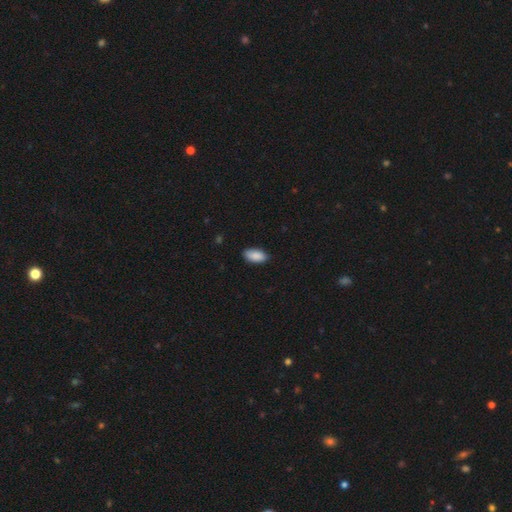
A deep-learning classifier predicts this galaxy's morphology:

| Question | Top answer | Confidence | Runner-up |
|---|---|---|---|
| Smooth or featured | smooth | 90% | star or artifact (6%) |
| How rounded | in between | 94% | cigar-shaped (4%) |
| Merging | none | 86% | minor disturbance (11%) |